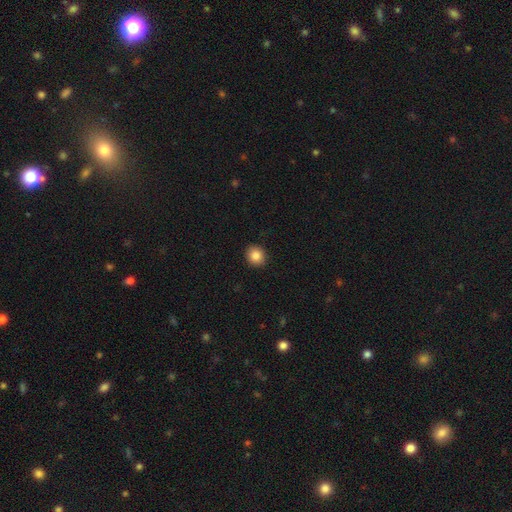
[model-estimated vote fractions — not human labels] Smooth or featured?
  - smooth: 86% *
  - star or artifact: 9%
  - featured or disk: 5%
How rounded?
  - round: 82% *
  - in between: 17%
  - cigar-shaped: 1%
Merging?
  - none: 92% *
  - minor disturbance: 6%
  - major disturbance: 2%
  - merger: 1%